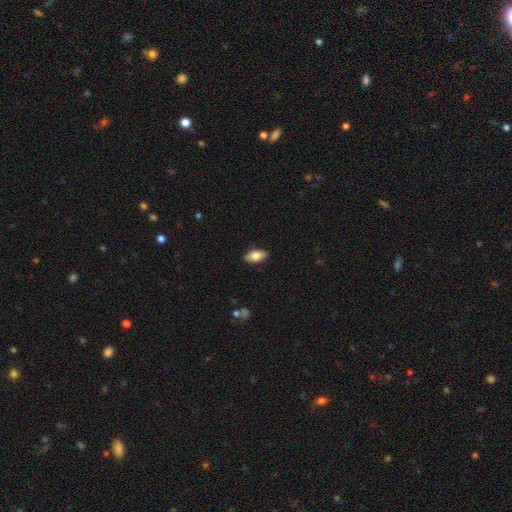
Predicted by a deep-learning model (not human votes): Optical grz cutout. It shows a smooth galaxy with no disk features (77%) that is in between round and cigar-shaped (89%). Merging: none (88%).